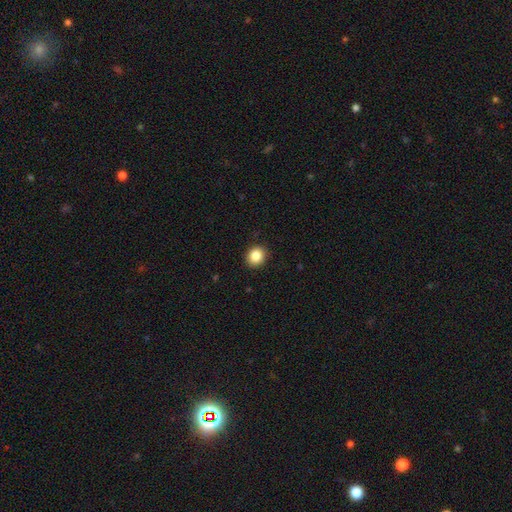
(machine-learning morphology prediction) Smooth or featured: smooth — 87% (star or artifact — 9%)
How rounded: round — 77% (in between — 23%)
Merging: none — 91% (minor disturbance — 6%)